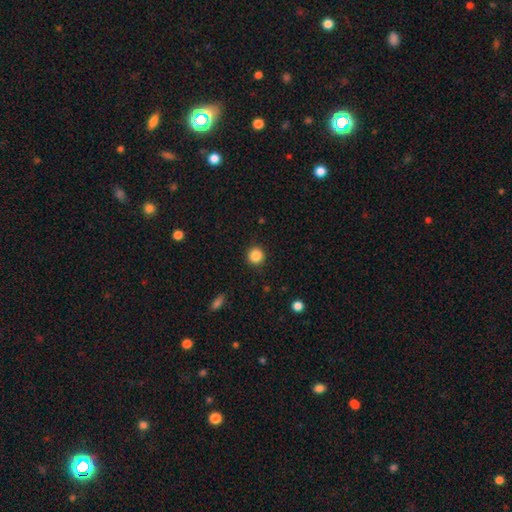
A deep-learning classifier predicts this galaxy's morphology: The model was most divided on "smooth or featured": smooth: 86%, star or artifact: 10%, featured or disk: 4%. More confident: how rounded — round (94%); merging — none (91%).